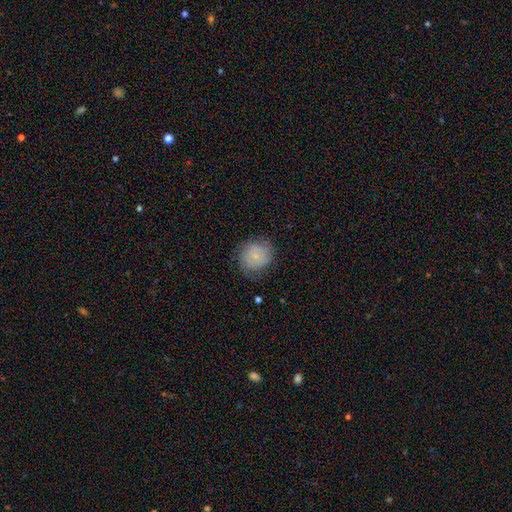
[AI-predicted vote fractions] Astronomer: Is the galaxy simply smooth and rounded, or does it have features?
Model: smooth — 59%.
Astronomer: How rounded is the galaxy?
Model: round — 86%.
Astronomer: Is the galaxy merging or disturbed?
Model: none — 68%.